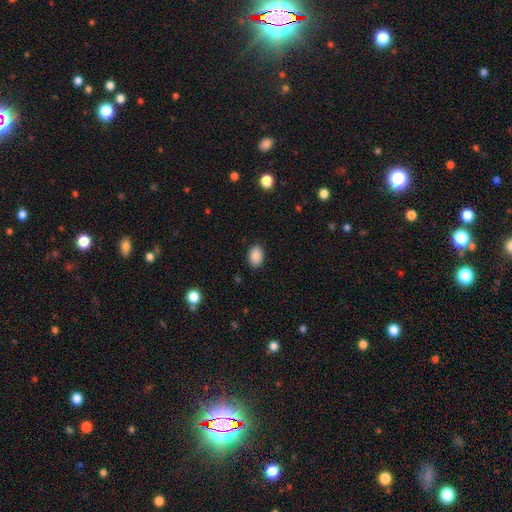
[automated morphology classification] smooth_or_featured: smooth (p=0.89) [alt: star or artifact p=0.08]
how_rounded: in between (p=0.85) [alt: round p=0.14]
merging: none (p=0.88) [alt: minor disturbance p=0.08]